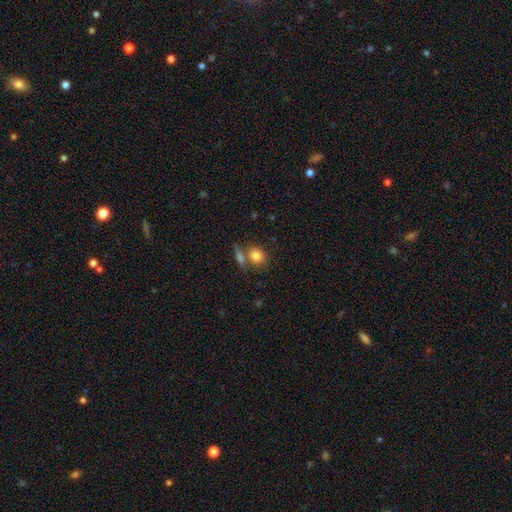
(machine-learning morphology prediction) The model was most divided on "how rounded": round: 51%, in between: 46%, cigar-shaped: 2%. More confident: smooth or featured — smooth (82%); merging — none (51%).